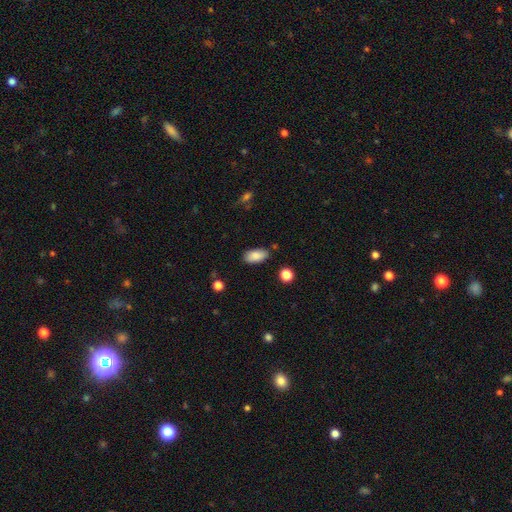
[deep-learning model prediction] Overall: smooth (86%). How rounded: in between (93%). Merging: none (82%).